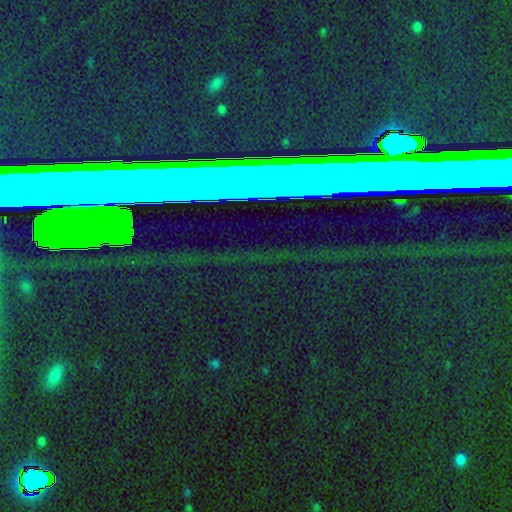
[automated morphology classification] A star or artifact, not a galaxy (83%).

Vote fractions:
- Smooth or featured? star or artifact: 83% / smooth: 8% / featured or disk: 8%